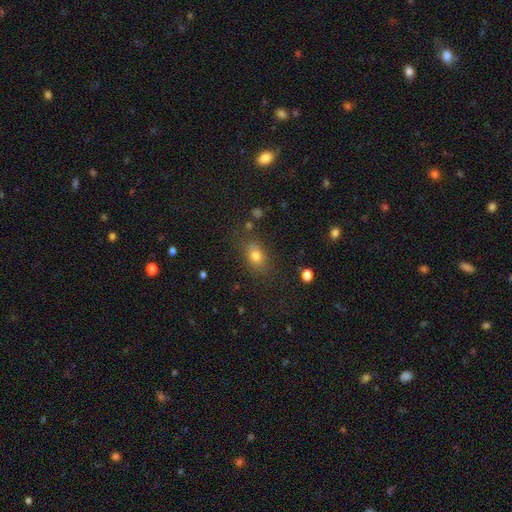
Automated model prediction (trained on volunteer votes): smooth 76%, star or artifact 14%, featured or disk 10%. Down the decision tree: how rounded — in between (66%); merging — none (76%).